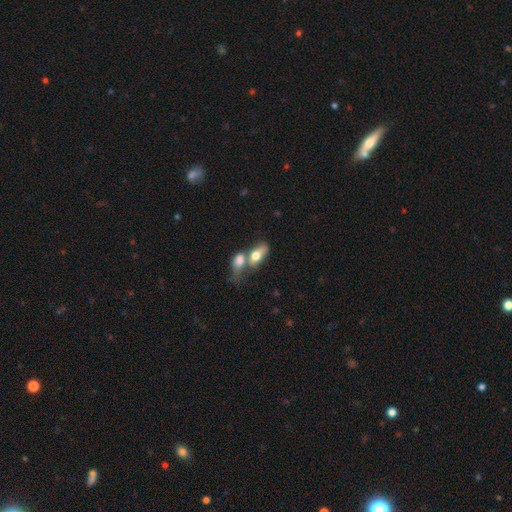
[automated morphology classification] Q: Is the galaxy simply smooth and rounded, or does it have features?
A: smooth — 68%.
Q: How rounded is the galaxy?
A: in between — 82%.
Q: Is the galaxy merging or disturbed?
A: merger — 67%.